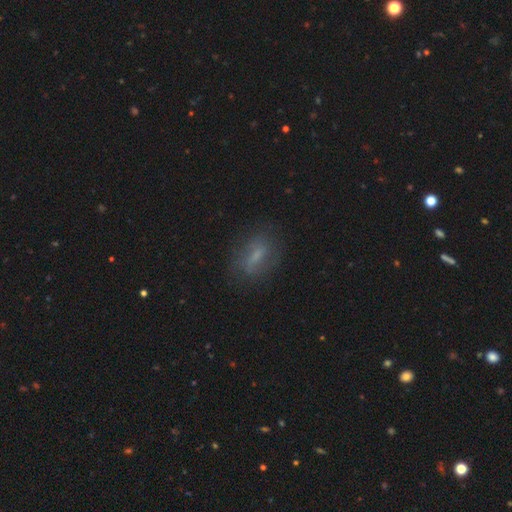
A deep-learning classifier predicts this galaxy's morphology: smooth 47%, featured or disk 40%, star or artifact 13%. Down the decision tree: merging — none (74%).